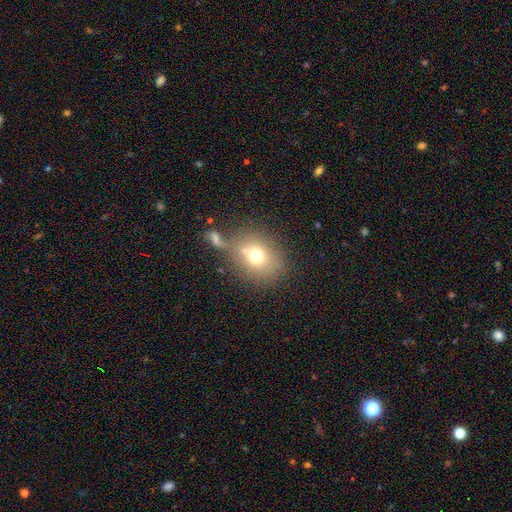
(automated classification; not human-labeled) smooth 69%, featured or disk 18%, star or artifact 12%. Down the decision tree: how rounded — round (53%); merging — none (52%).